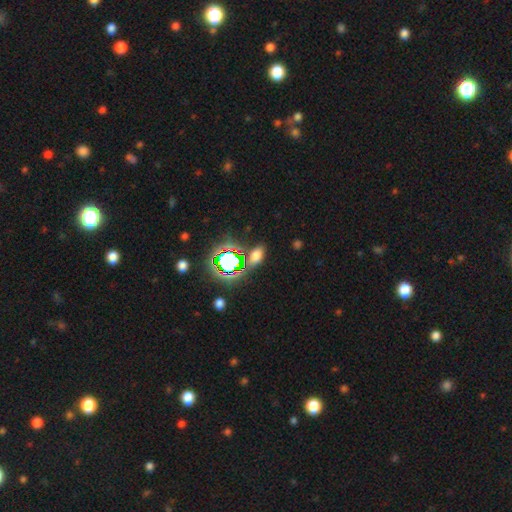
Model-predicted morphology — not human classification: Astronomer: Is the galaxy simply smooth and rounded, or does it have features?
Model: smooth — 62%.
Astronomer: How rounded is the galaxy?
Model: in between — 81%.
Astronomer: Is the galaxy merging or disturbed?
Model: none — 77%.